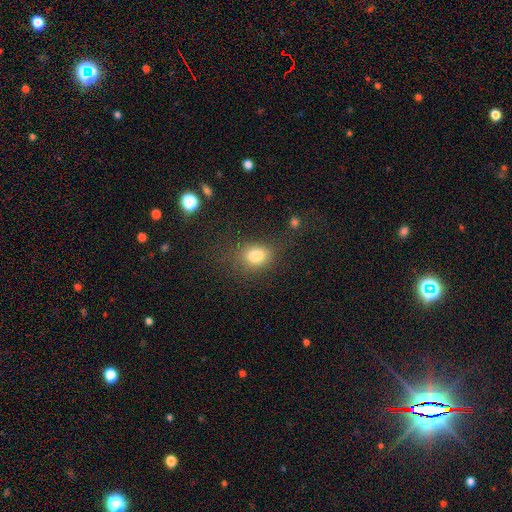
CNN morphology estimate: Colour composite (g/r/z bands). It shows a smooth galaxy with no disk features (80%) that is in between round and cigar-shaped (58%). Merging: none (66%).